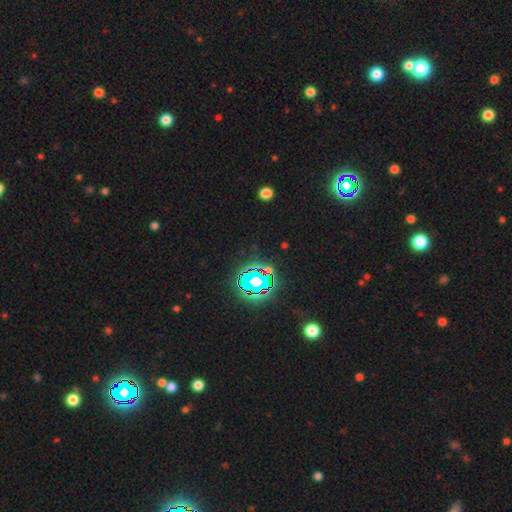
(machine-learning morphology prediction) smooth_or_featured: star or artifact (p=0.79) [alt: smooth p=0.13]